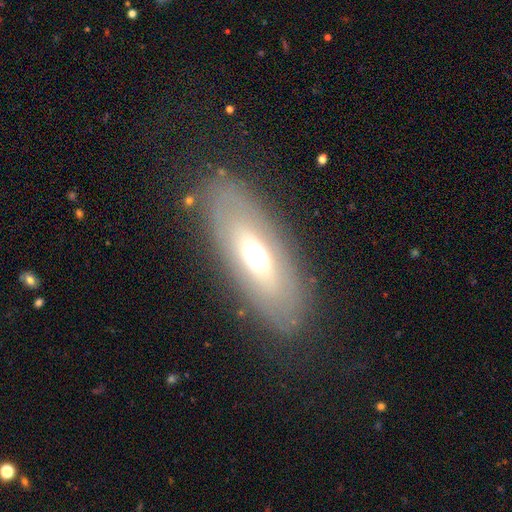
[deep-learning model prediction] This appears to be a smooth galaxy with no disk features (49%). Merging: none (81%).